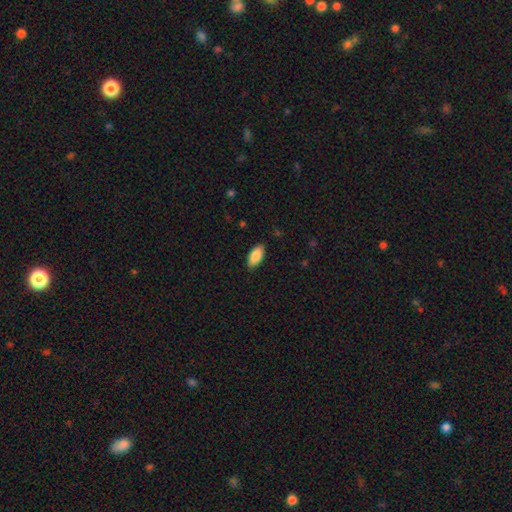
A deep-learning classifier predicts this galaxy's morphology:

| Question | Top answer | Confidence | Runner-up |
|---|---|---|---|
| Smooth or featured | smooth | 87% | featured or disk (6%) |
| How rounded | in between | 91% | cigar-shaped (7%) |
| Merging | none | 87% | minor disturbance (10%) |